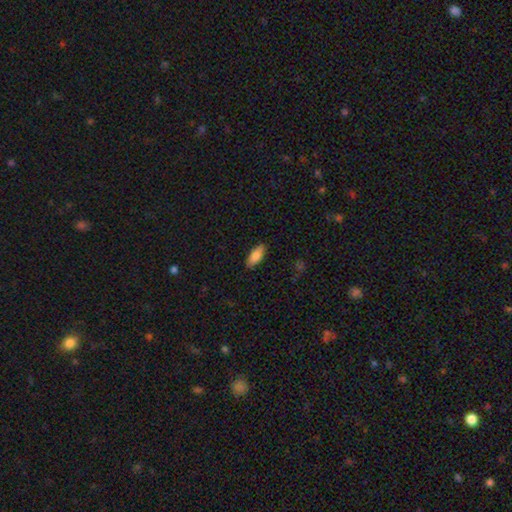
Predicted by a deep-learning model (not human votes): smooth 82%, featured or disk 12%, star or artifact 6%. Down the decision tree: how rounded — in between (80%); merging — none (88%).